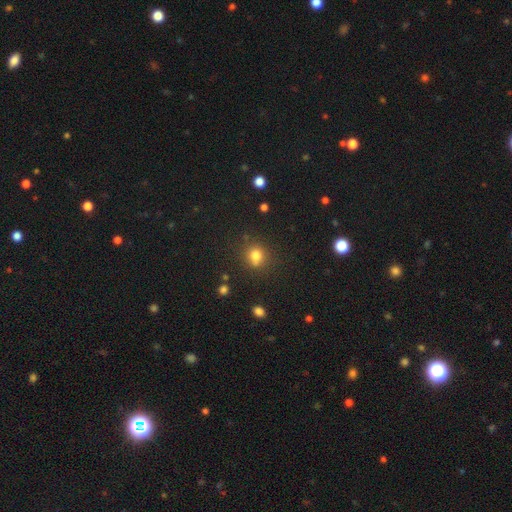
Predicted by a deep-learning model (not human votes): A smooth galaxy with no disk features (77%) that is round (80%).

Vote fractions:
- Smooth or featured? smooth: 77% / star or artifact: 15% / featured or disk: 8%
- How rounded? round: 80% / in between: 19% / cigar-shaped: 1%
- Merging? none: 70% / minor disturbance: 14% / merger: 11% / major disturbance: 5%